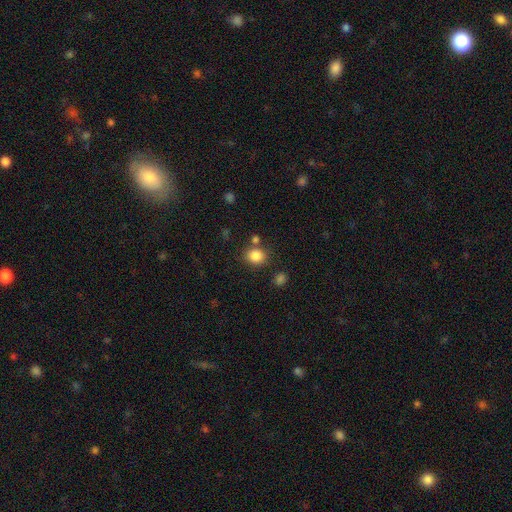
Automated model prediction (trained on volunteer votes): smooth-or-featured: smooth: 84% | star or artifact: 11% | featured or disk: 5%
  how-rounded: round: 68% | in between: 31% | cigar-shaped: 1%
  merging: none: 75% | minor disturbance: 11% | merger: 10% | major disturbance: 4%